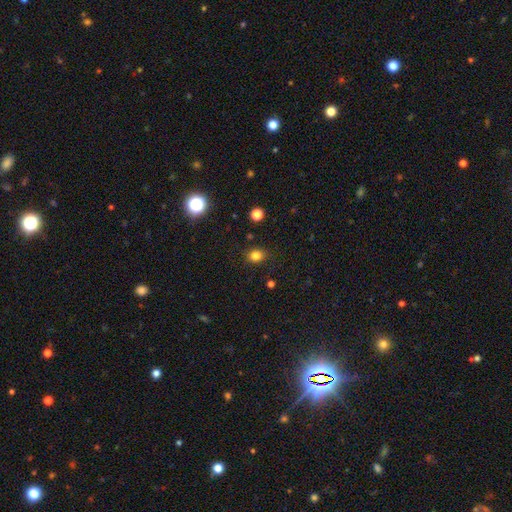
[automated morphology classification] smooth_or_featured: smooth (p=0.81) [alt: star or artifact p=0.14]
how_rounded: round (p=0.66) [alt: in between p=0.33]
merging: none (p=0.84) [alt: minor disturbance p=0.11]